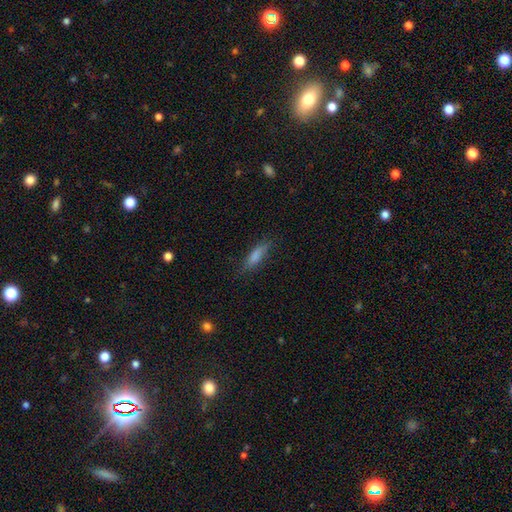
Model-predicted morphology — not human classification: Smooth or featured?
  - smooth: 79% *
  - featured or disk: 13%
  - star or artifact: 8%
How rounded?
  - cigar-shaped: 59% *
  - in between: 39%
  - round: 2%
Merging?
  - none: 76% *
  - minor disturbance: 18%
  - major disturbance: 4%
  - merger: 1%